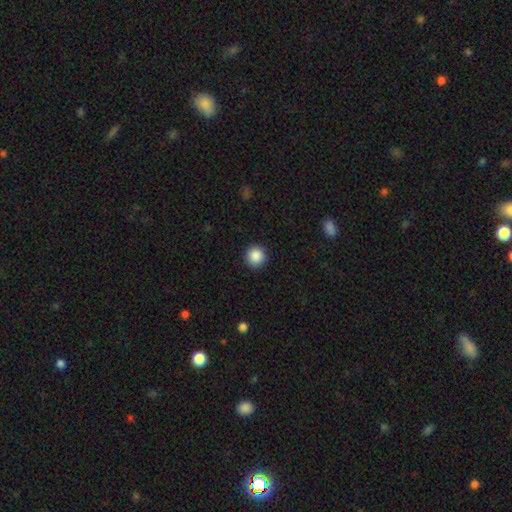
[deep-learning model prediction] Smooth or featured? Predicted: smooth (p=0.88). How rounded? Predicted: round (p=0.95). Merging? Predicted: none (p=0.92).